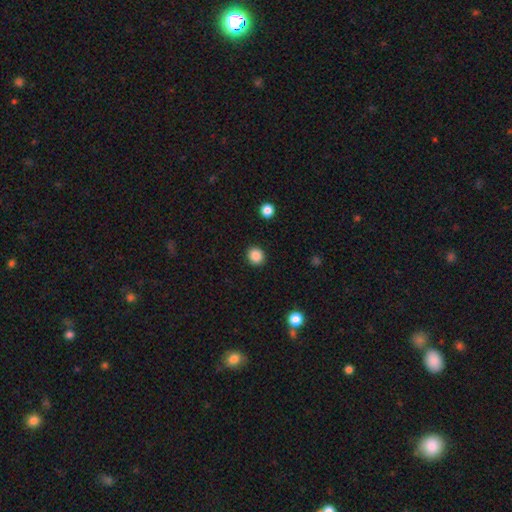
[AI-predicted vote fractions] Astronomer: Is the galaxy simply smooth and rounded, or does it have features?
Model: smooth — 87%.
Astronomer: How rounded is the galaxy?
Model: round — 88%.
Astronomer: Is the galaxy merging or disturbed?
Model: none — 91%.